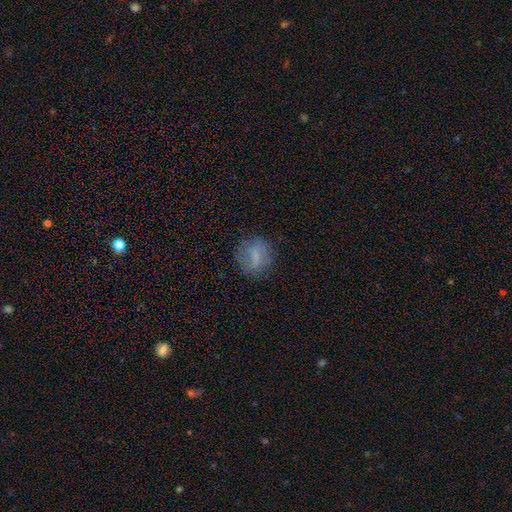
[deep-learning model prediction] This is likely a smooth galaxy (63%). How rounded: likely round (73%). Merging: likely none (75%).